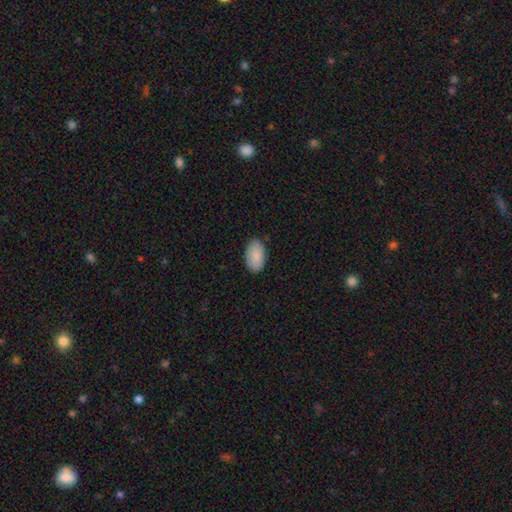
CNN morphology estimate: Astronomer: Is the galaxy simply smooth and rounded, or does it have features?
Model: smooth — 89%.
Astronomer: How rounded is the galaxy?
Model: in between — 94%.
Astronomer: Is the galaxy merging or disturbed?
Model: none — 86%.